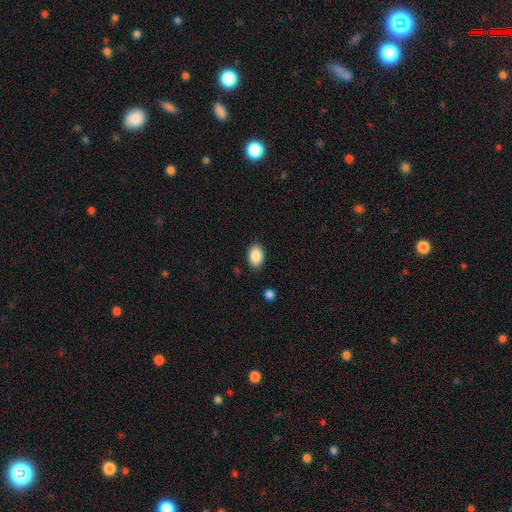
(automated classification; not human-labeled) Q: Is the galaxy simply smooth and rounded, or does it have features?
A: smooth — 88%.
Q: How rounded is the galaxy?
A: in between — 89%.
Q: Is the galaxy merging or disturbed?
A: none — 88%.